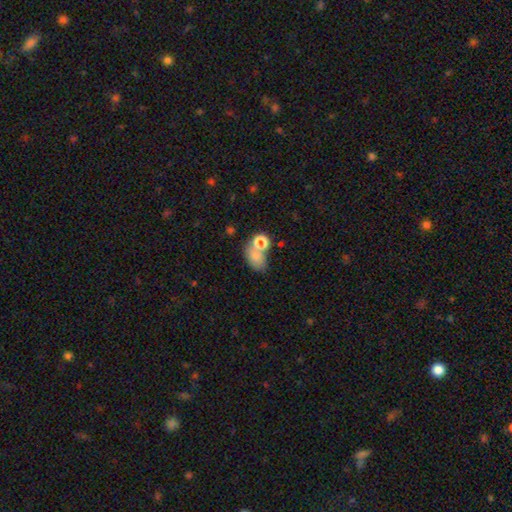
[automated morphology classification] Overall: smooth (76%). How rounded: in between (76%). Merging: none (46%; merger 33%).